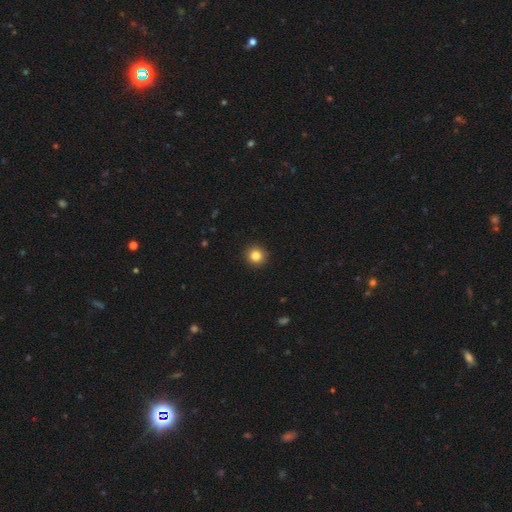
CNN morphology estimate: A smooth galaxy with no disk features (84%) that is round (95%).

Vote fractions:
- Smooth or featured? smooth: 84% / star or artifact: 11% / featured or disk: 6%
- How rounded? round: 95% / in between: 4% / cigar-shaped: 1%
- Merging? none: 94% / minor disturbance: 4% / major disturbance: 1% / merger: 1%